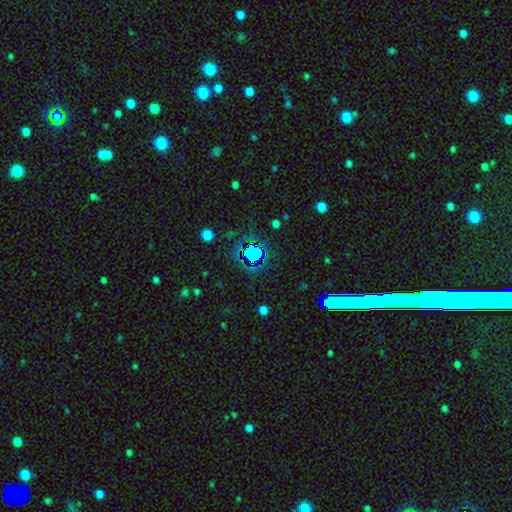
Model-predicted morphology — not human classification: smooth_or_featured: star or artifact (p=0.63) [alt: smooth p=0.25]